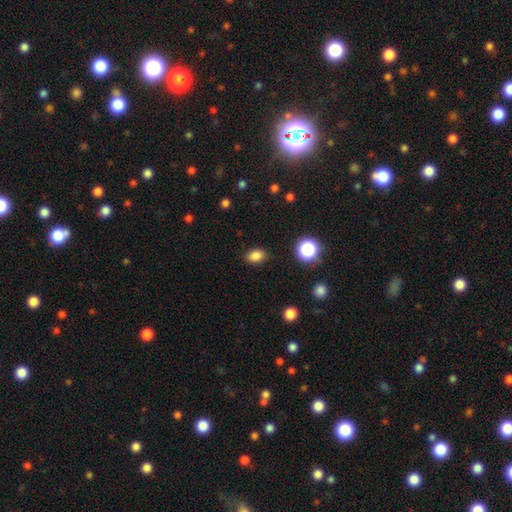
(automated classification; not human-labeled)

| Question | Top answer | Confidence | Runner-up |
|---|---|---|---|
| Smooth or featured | smooth | 84% | star or artifact (12%) |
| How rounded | in between | 74% | round (25%) |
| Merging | none | 87% | minor disturbance (9%) |